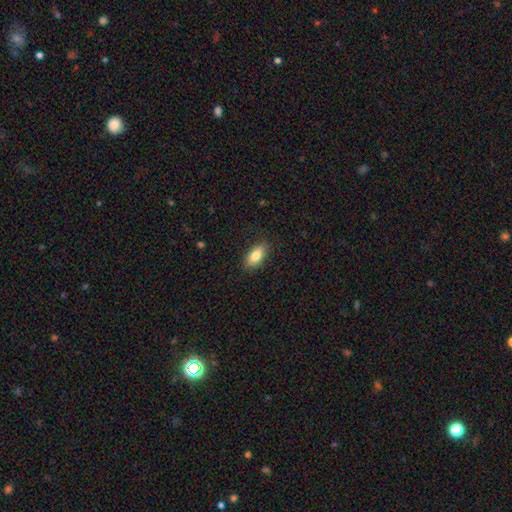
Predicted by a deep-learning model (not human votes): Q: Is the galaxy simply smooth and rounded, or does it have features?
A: smooth — 82%.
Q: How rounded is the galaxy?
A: in between — 89%.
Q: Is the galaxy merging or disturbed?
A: none — 85%.